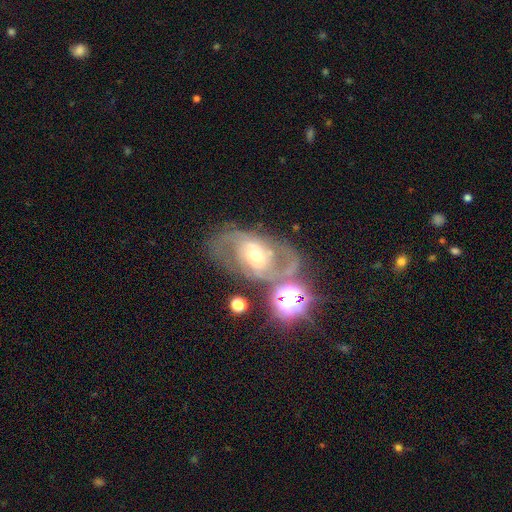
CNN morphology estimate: Overall: featured or disk (76%). Edge-on disk: no (96%). Bar: no (50%; weak 35%). Spiral arms: yes (88%). Spiral arm count: 2 (77%). Spiral winding: medium (50%; tight 26%). Bulge size: moderate (57%; small 36%). Merging: none (55%; minor disturbance 17%).